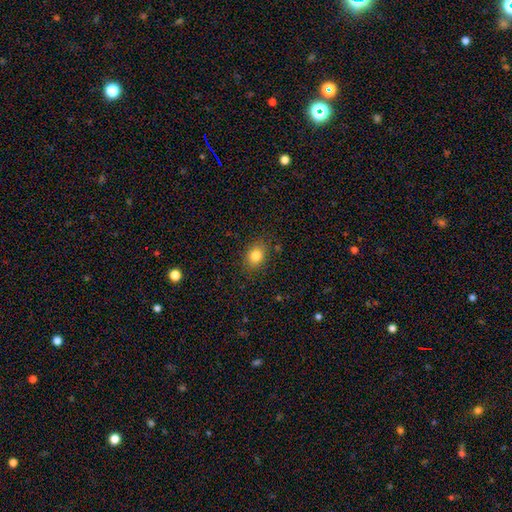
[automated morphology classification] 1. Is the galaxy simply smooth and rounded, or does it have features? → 83% smooth, 10% star or artifact, 7% featured or disk.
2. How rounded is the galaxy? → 57% in between, 41% round, 1% cigar-shaped.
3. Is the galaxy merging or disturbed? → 84% none, 11% minor disturbance, 3% major disturbance, 2% merger.